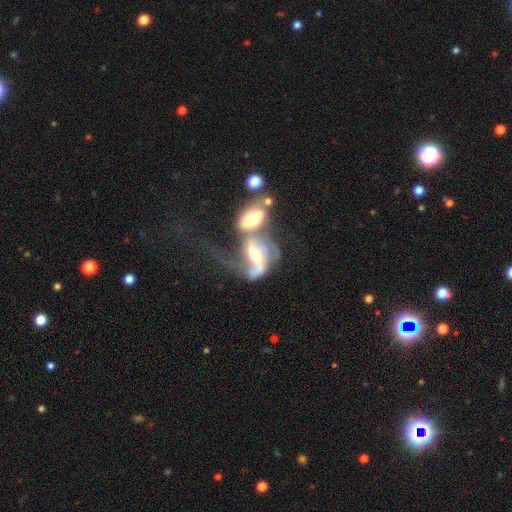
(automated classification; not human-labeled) smooth-or-featured: featured or disk: 74% | smooth: 18% | star or artifact: 8%
  disk-edge-on: no: 94% | yes: 6%
    bar: weak: 36% | no: 33% | strong: 32%
    has-spiral-arms: yes: 83% | no: 17%
      spiral-winding: loose: 57% | medium: 30% | tight: 13%
      spiral-arm-count: 2: 62% | can't tell: 18% | 1: 13% | 3: 4% | 4: 2% | more than 4: 2%
    bulge-size: moderate: 52% | small: 27% | large: 12% | none: 6% | dominant: 2%
  merging: merger: 66% | major disturbance: 18% | none: 10% | minor disturbance: 6%